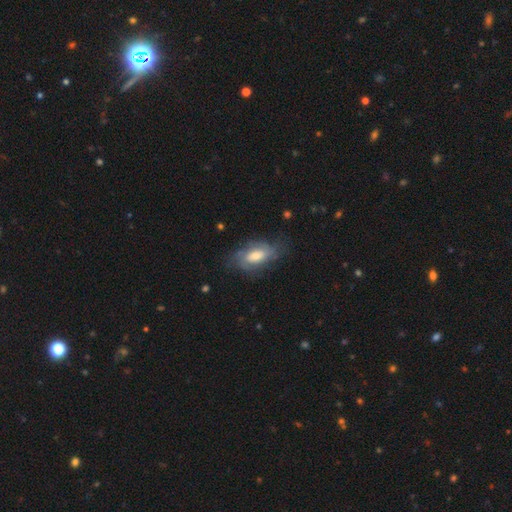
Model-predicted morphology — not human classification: featured or disk 56%, smooth 36%, star or artifact 8%. Down the decision tree: edge-on disk — no (90%); bar — no (54%); spiral arms — yes (78%); bulge size — moderate (52%); merging — none (64%).